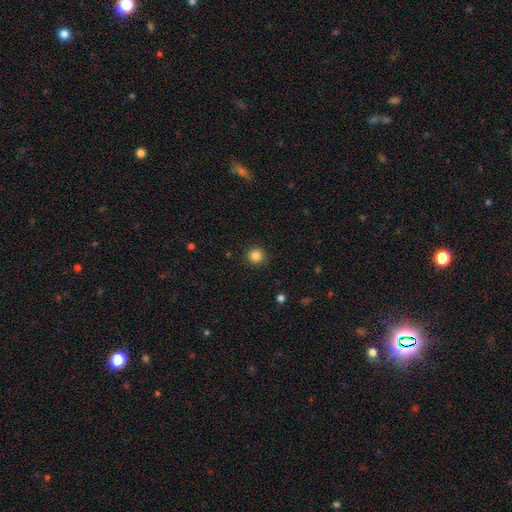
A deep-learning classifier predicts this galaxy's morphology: A smooth galaxy with no disk features (84%) that is round (95%).

Vote fractions:
- Smooth or featured? smooth: 84% / star or artifact: 11% / featured or disk: 4%
- How rounded? round: 95% / in between: 4% / cigar-shaped: 1%
- Merging? none: 92% / minor disturbance: 5% / major disturbance: 2% / merger: 1%